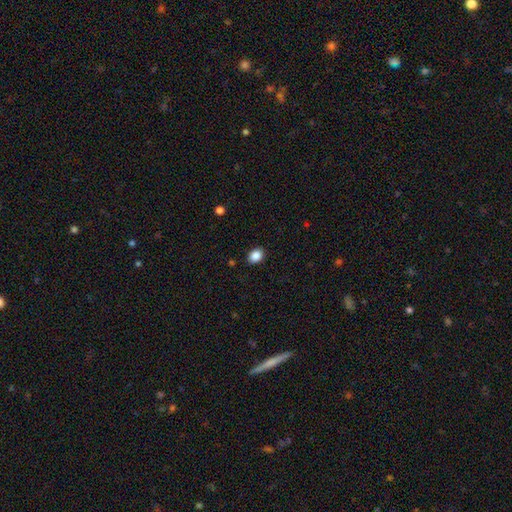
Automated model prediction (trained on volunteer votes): Overall: smooth (88%). How rounded: in between (60%; round 39%). Merging: none (89%).